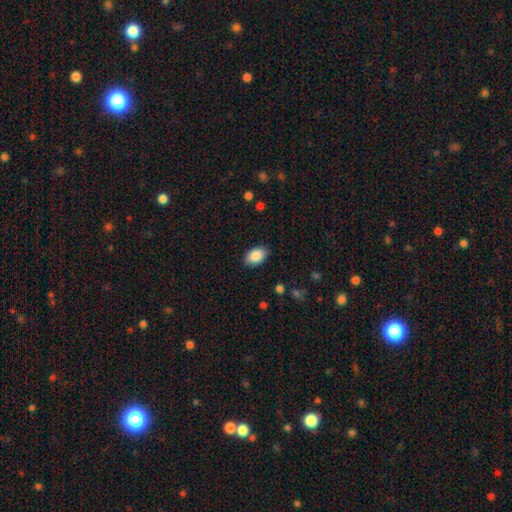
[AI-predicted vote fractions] Smooth or featured? smooth (89%)
How rounded? in between (91%)
Merging? none (88%)